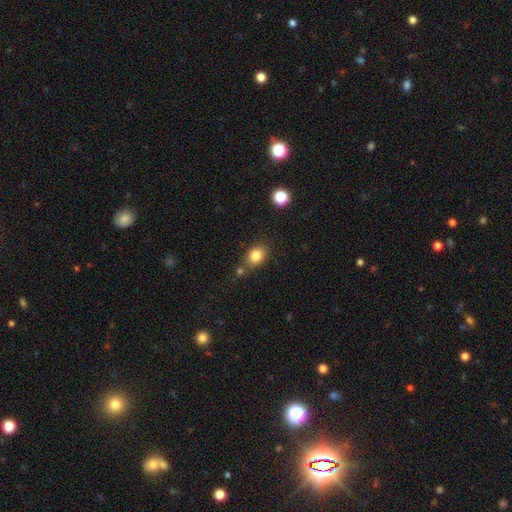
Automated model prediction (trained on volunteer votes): This appears to be a smooth galaxy with no disk features (82%) that is in between round and cigar-shaped (63%). Merging: none (66%).